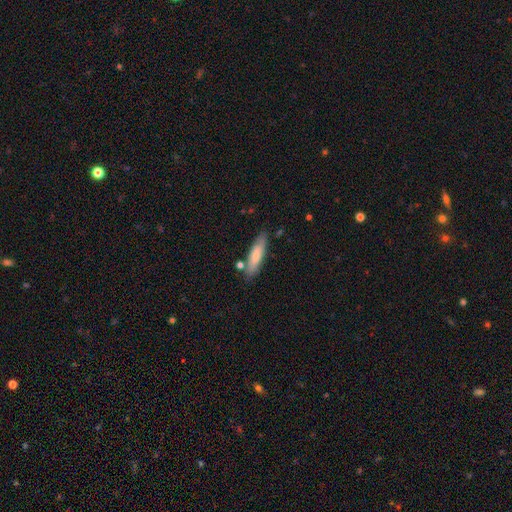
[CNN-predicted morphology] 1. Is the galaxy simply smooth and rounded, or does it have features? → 76% smooth, 18% featured or disk, 6% star or artifact.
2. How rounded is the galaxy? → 69% cigar-shaped, 29% in between, 2% round.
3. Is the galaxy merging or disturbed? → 76% none, 15% minor disturbance, 6% merger, 3% major disturbance.